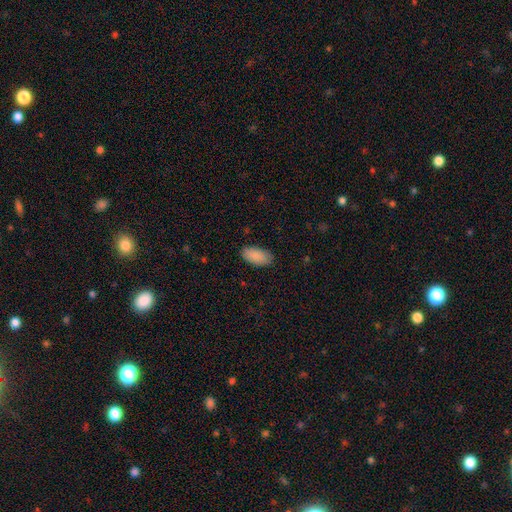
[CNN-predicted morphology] Smooth or featured?
  - smooth: 90% *
  - star or artifact: 6%
  - featured or disk: 4%
How rounded?
  - in between: 95% *
  - cigar-shaped: 3%
  - round: 2%
Merging?
  - none: 83% *
  - minor disturbance: 13%
  - major disturbance: 3%
  - merger: 1%